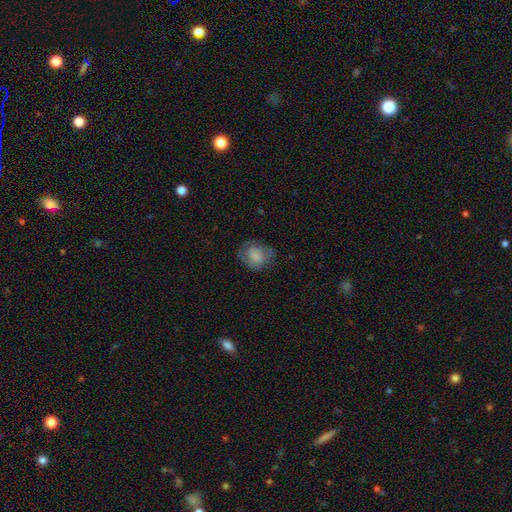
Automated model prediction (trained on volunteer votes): This appears to be a smooth galaxy with no disk features (74%) that is in between round and cigar-shaped (51%). Merging: none (64%).